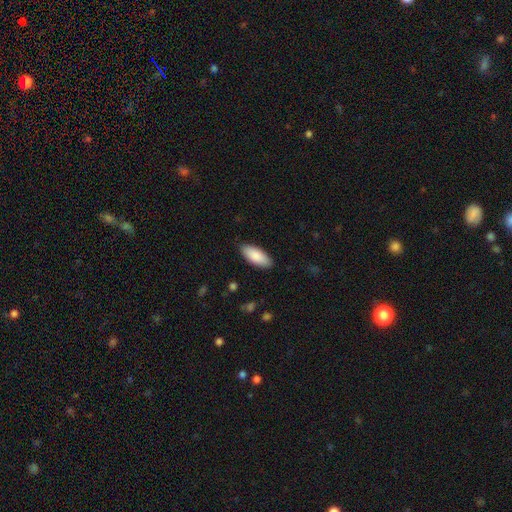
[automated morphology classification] Overall: smooth (88%). How rounded: in between (85%). Merging: none (88%).